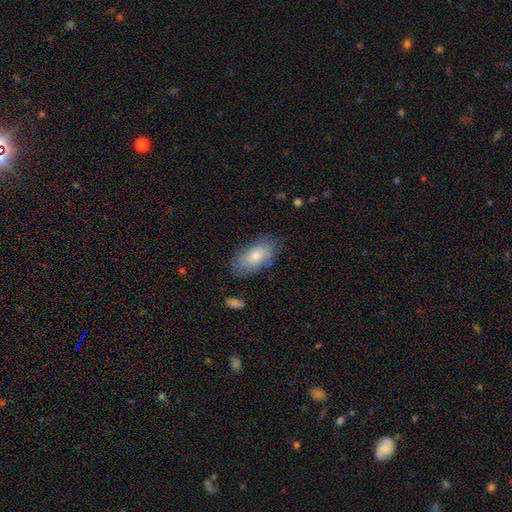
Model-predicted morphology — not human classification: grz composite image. It shows a smooth galaxy with no disk features (75%) that is in between round and cigar-shaped (91%). Merging: none (78%).